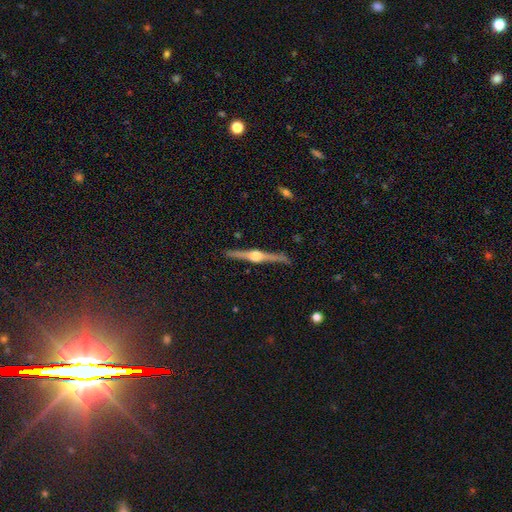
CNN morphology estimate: Smooth or featured: featured or disk — 87% (smooth — 8%)
Edge-on disk: yes — 98% (no — 2%)
Edge-on bulge: rounded — 94% (boxy — 4%)
Merging: none — 90% (minor disturbance — 7%)